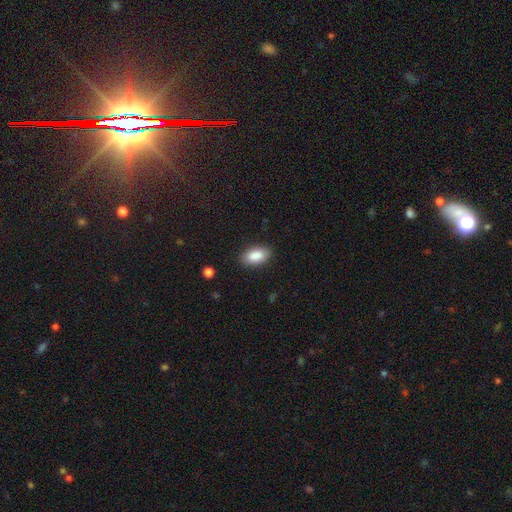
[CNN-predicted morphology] This appears to be a smooth galaxy with no disk features (88%) that is in between round and cigar-shaped (93%). Merging: none (87%).